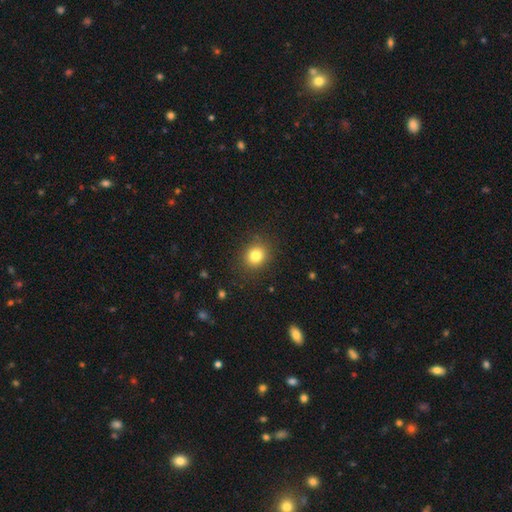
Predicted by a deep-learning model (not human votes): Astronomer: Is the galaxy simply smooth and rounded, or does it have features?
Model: smooth — 81%.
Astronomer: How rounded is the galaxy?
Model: round — 77%.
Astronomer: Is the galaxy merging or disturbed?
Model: none — 88%.